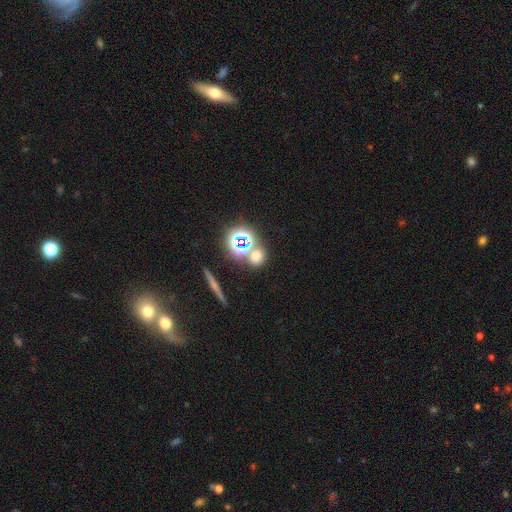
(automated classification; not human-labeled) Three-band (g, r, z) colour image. It shows a smooth galaxy with no disk features (54%) that is round (73%). Merging: none (68%).